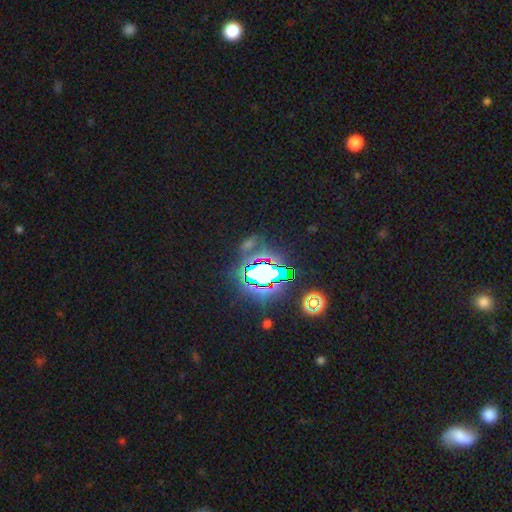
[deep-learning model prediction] smooth-or-featured: star or artifact: 83% | smooth: 10% | featured or disk: 7%